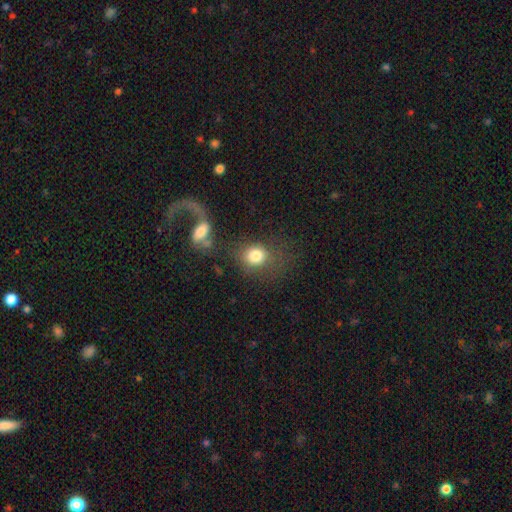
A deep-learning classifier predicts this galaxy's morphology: Q: Smooth or featured?
A: smooth (80%); runner-up: star or artifact (10%)
Q: How rounded?
A: round (59%); runner-up: in between (40%)
Q: Merging?
A: none (55%); runner-up: minor disturbance (17%)